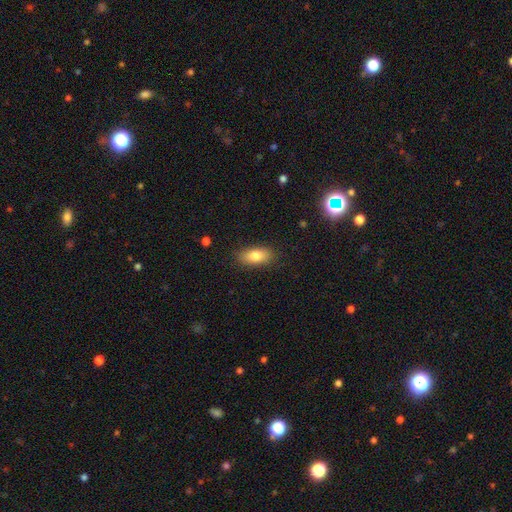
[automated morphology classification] smooth-or-featured: smooth: 81% | featured or disk: 11% | star or artifact: 8%
  how-rounded: in between: 85% | cigar-shaped: 10% | round: 5%
  merging: none: 85% | minor disturbance: 11% | major disturbance: 3% | merger: 1%